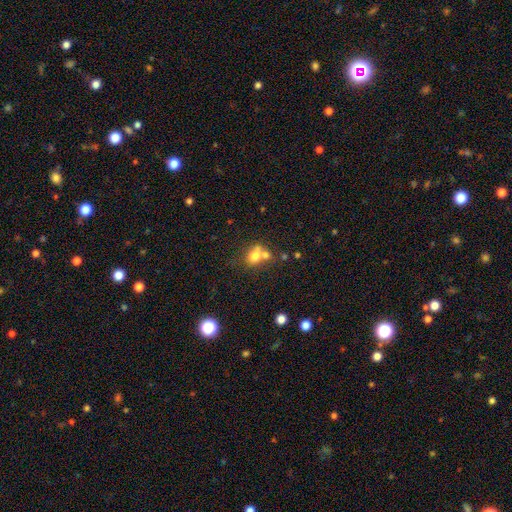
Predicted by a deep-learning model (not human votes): smooth_or_featured: smooth (p=0.71) [alt: featured or disk p=0.16]
how_rounded: in between (p=0.51) [alt: round p=0.47]
merging: merger (p=0.50) [alt: none p=0.34]